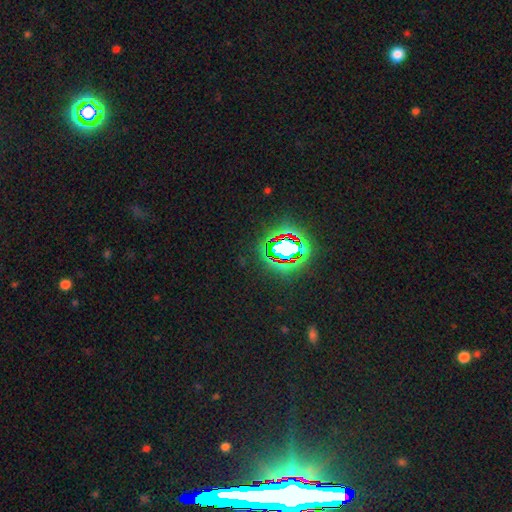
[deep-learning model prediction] Overall: star or artifact (81%).